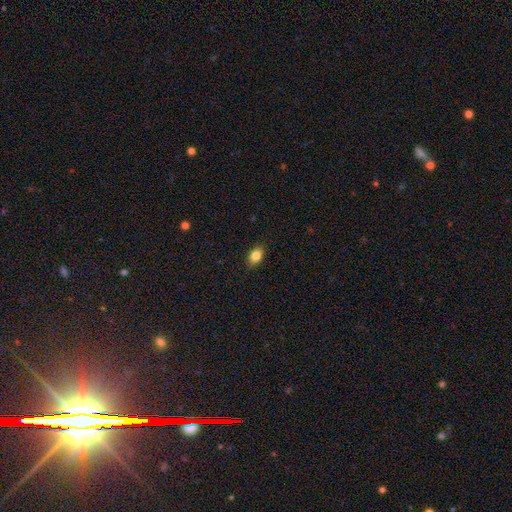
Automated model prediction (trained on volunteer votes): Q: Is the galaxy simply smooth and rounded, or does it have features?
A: smooth — 84%.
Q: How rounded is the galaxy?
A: in between — 80%.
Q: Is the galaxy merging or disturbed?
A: none — 85%.